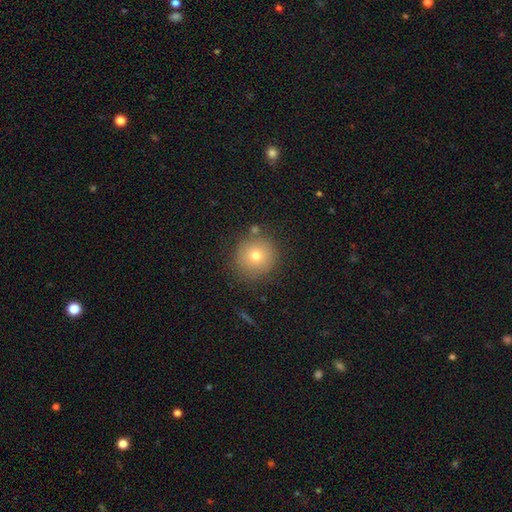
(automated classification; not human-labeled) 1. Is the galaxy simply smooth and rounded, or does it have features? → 73% smooth, 14% featured or disk, 13% star or artifact.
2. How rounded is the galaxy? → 93% round, 6% in between, 1% cigar-shaped.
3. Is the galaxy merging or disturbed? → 83% none, 9% minor disturbance, 4% merger, 3% major disturbance.